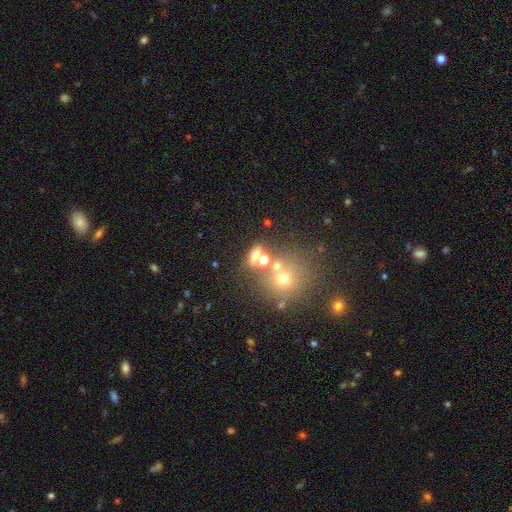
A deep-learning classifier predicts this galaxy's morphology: Q: Smooth or featured?
A: smooth (52%); runner-up: star or artifact (29%)
Q: How rounded?
A: in between (48%); runner-up: round (46%)
Q: Merging?
A: none (53%); runner-up: merger (30%)